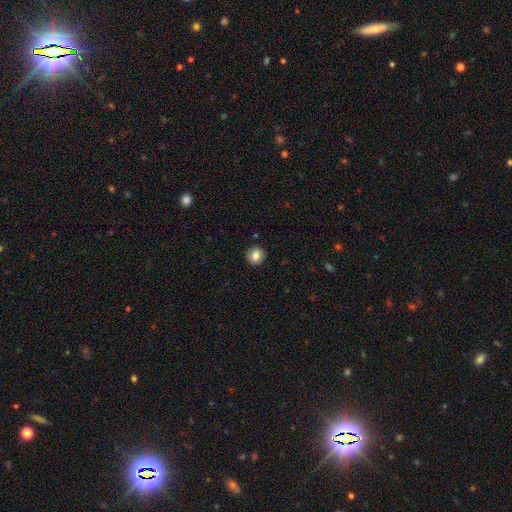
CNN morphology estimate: smooth-or-featured: smooth: 83% | star or artifact: 9% | featured or disk: 8%
  how-rounded: round: 90% | in between: 9% | cigar-shaped: 1%
  merging: none: 91% | minor disturbance: 6% | major disturbance: 2% | merger: 1%